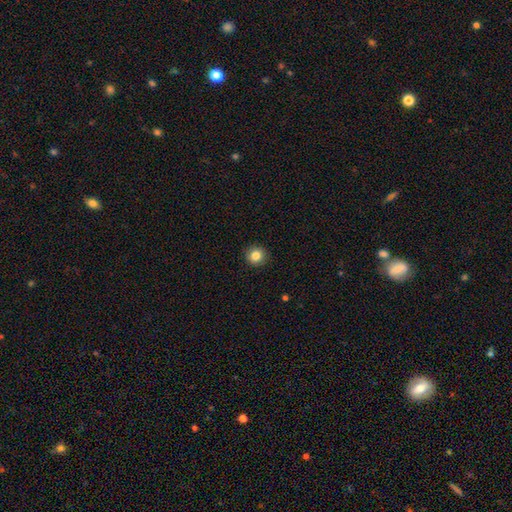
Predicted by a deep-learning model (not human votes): Smooth or featured? smooth (84%)
How rounded? round (94%)
Merging? none (92%)